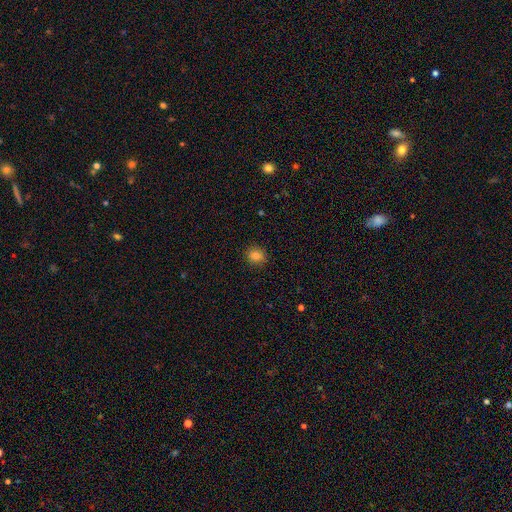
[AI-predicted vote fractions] Smooth or featured? smooth (82%)
How rounded? round (73%)
Merging? none (89%)